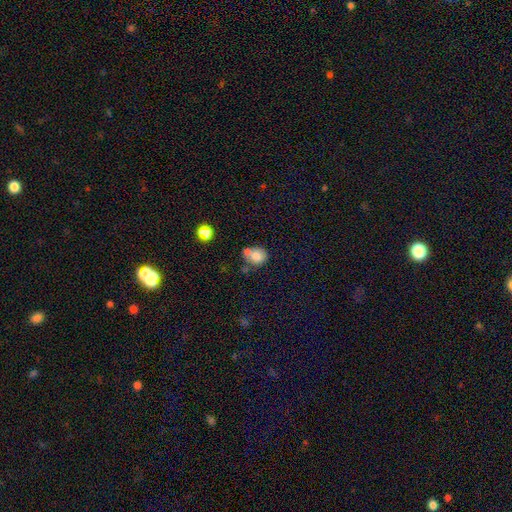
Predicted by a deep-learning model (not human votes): A smooth galaxy with no disk features (78%) that is round (69%). Merging: none (46%).